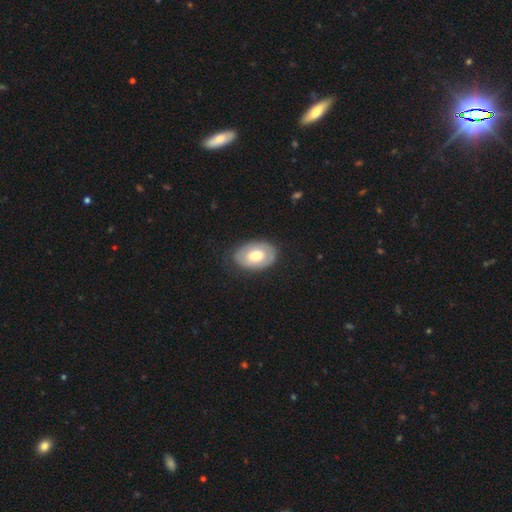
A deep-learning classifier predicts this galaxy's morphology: The model was most divided on "smooth or featured": smooth: 56%, featured or disk: 38%, star or artifact: 6%. More confident: how rounded — in between (86%); merging — none (79%).